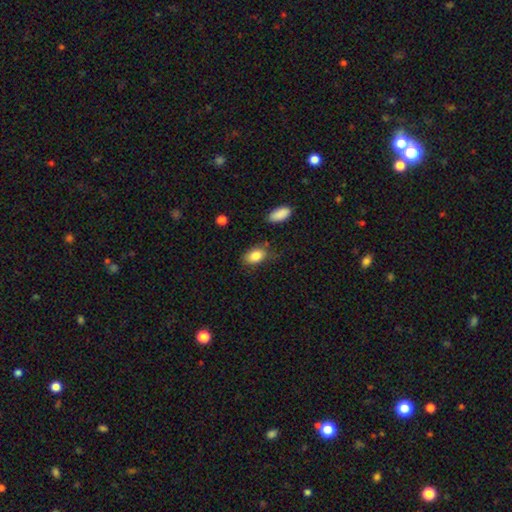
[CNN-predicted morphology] Smooth or featured? Predicted: smooth (p=0.84). How rounded? Predicted: in between (p=0.88). Merging? Predicted: none (p=0.71).